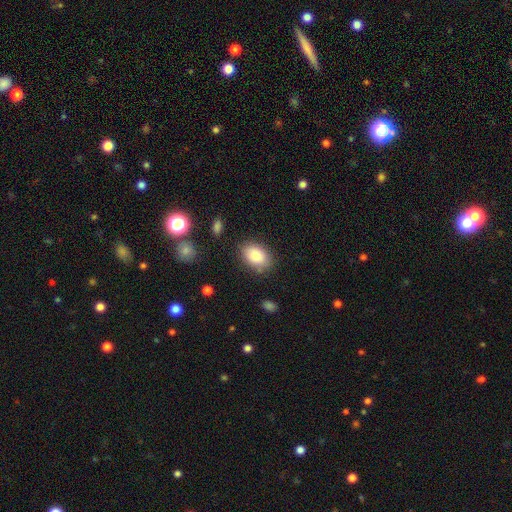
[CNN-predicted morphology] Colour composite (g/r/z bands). It shows a smooth galaxy with no disk features (85%) that is in between round and cigar-shaped (83%). Merging: none (80%).